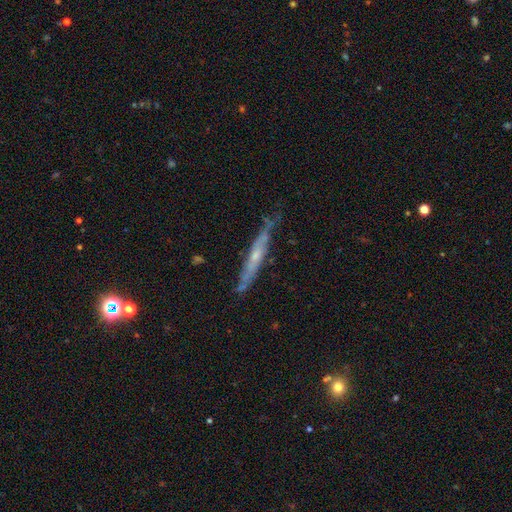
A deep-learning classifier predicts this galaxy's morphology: The model was most divided on "edge-on bulge": rounded: 49%, none: 45%, boxy: 6%. More confident: edge-on disk — yes (83%); merging — none (68%); smooth or featured — featured or disk (66%).